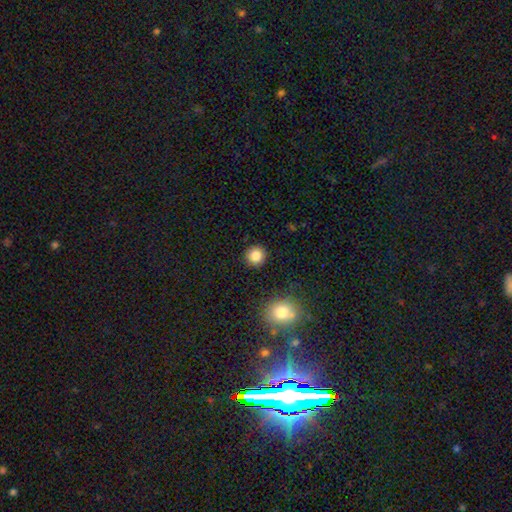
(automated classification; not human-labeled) Smooth or featured: smooth — 84% (star or artifact — 11%)
How rounded: round — 93% (in between — 6%)
Merging: none — 91% (minor disturbance — 5%)